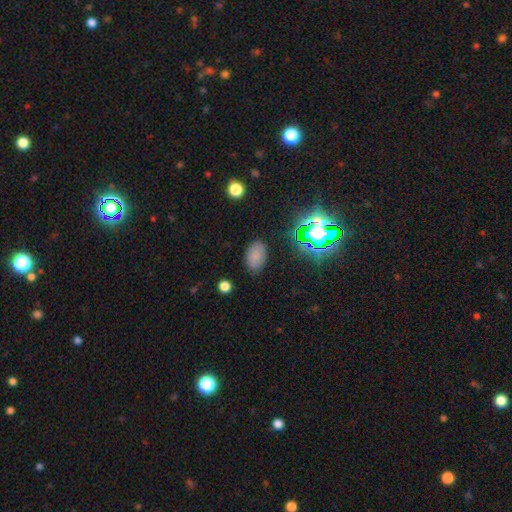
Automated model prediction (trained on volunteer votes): smooth_or_featured: smooth (p=0.74) [alt: star or artifact p=0.19]
how_rounded: in between (p=0.89) [alt: round p=0.10]
merging: none (p=0.84) [alt: minor disturbance p=0.11]